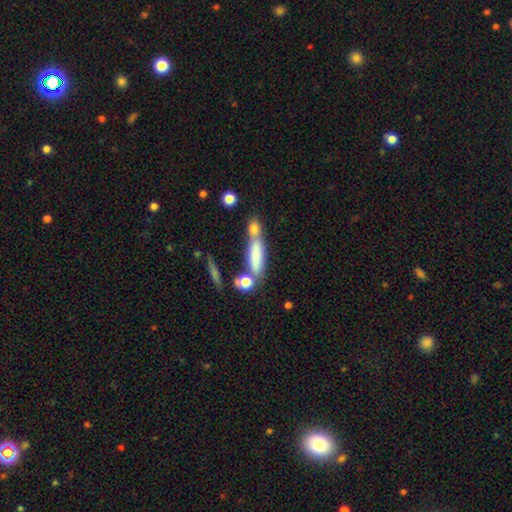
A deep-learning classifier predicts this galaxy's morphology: Q: Smooth or featured?
A: smooth (72%); runner-up: featured or disk (19%)
Q: How rounded?
A: cigar-shaped (59%); runner-up: in between (36%)
Q: Merging?
A: none (39%); tied with: merger (39%)